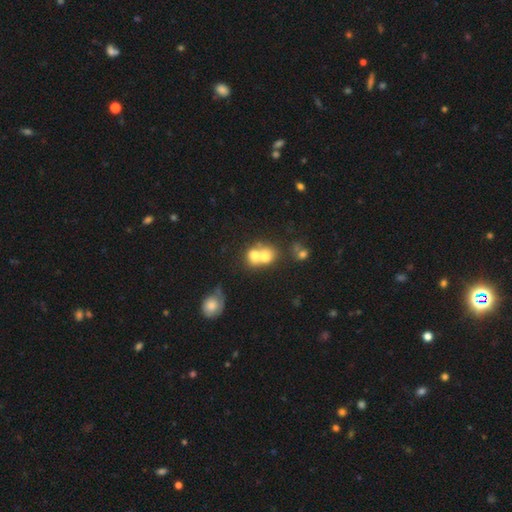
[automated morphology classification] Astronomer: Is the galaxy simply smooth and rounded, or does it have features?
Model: smooth — 68%.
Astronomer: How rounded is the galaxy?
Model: round — 61% (runner-up: in between, 37%).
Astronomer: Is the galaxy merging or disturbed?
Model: merger — 68%.